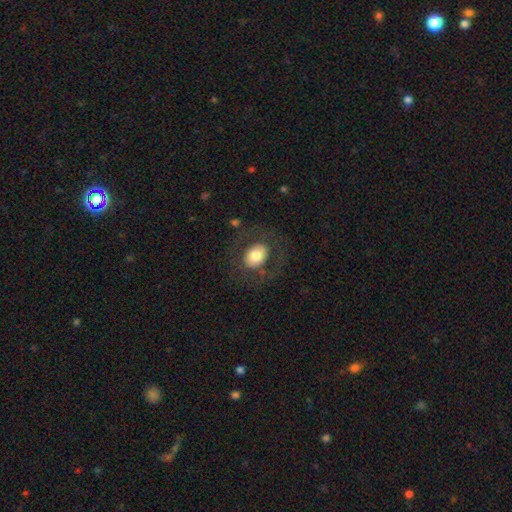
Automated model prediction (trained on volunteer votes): Q: Smooth or featured?
A: smooth (68%); runner-up: featured or disk (25%)
Q: How rounded?
A: in between (62%); runner-up: round (37%)
Q: Merging?
A: none (73%); runner-up: major disturbance (13%)